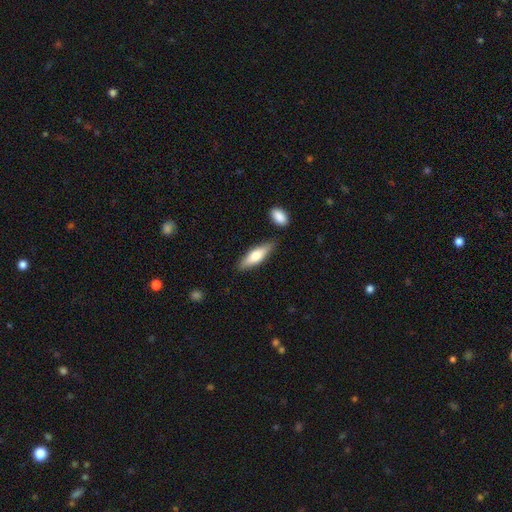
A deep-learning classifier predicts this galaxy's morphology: smooth-or-featured: smooth: 67% | featured or disk: 27% | star or artifact: 6%
  how-rounded: cigar-shaped: 53% | in between: 45% | round: 2%
  merging: none: 81% | minor disturbance: 12% | merger: 5% | major disturbance: 3%